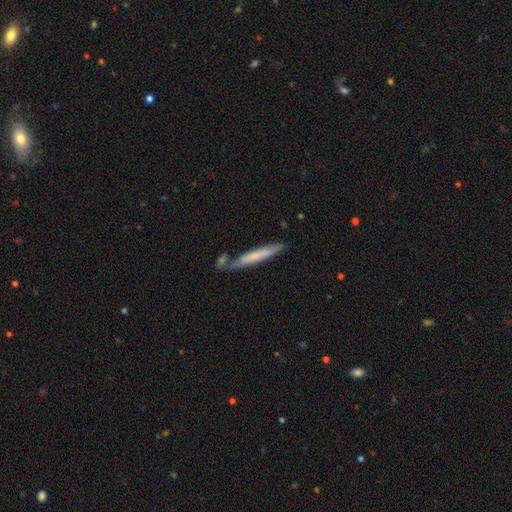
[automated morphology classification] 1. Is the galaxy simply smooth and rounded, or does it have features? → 58% smooth, 35% featured or disk, 6% star or artifact.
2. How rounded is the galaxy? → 95% cigar-shaped, 4% in between, 1% round.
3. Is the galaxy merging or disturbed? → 68% none, 15% minor disturbance, 13% merger, 4% major disturbance.